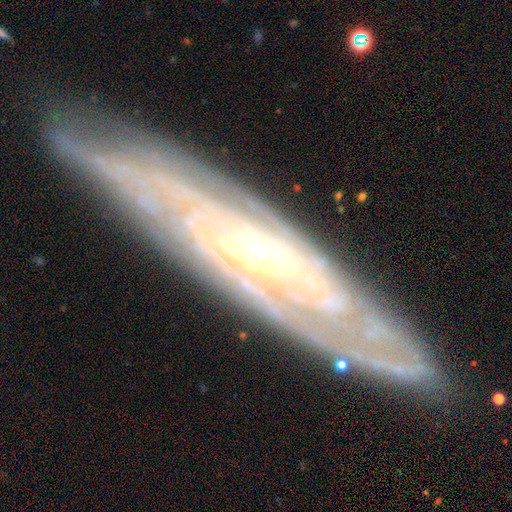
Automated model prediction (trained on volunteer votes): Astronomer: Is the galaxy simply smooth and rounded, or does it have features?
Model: featured or disk — 83%.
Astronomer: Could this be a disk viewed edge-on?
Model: no — 60% (runner-up: yes, 40%).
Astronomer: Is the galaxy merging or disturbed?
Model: none — 83%.